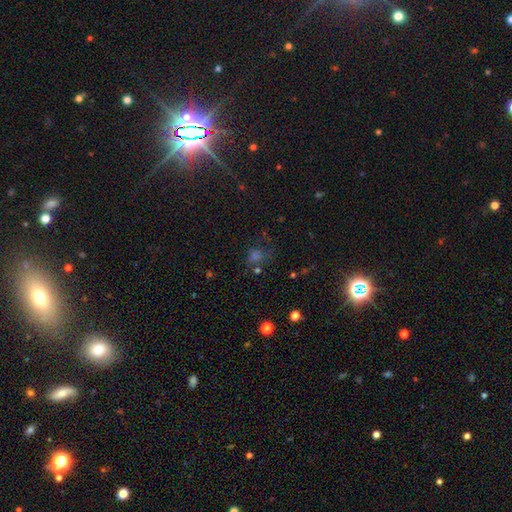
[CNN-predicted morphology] Smooth or featured?
  - star or artifact: 49% *
  - smooth: 32%
  - featured or disk: 19%